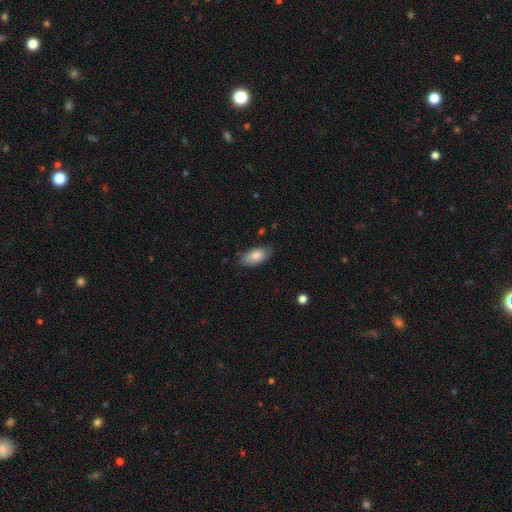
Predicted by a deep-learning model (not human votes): The model was most divided on "merging": none: 76%, minor disturbance: 19%, major disturbance: 4%, merger: 1%. More confident: how rounded — in between (92%); smooth or featured — smooth (84%).